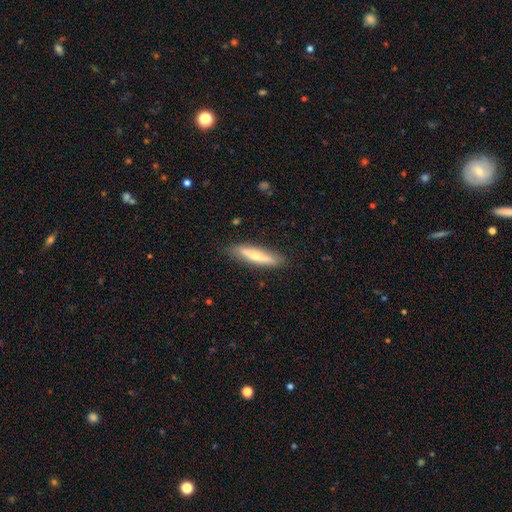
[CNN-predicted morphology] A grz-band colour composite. It shows a smooth galaxy with no disk features (48%). Merging: none (85%).